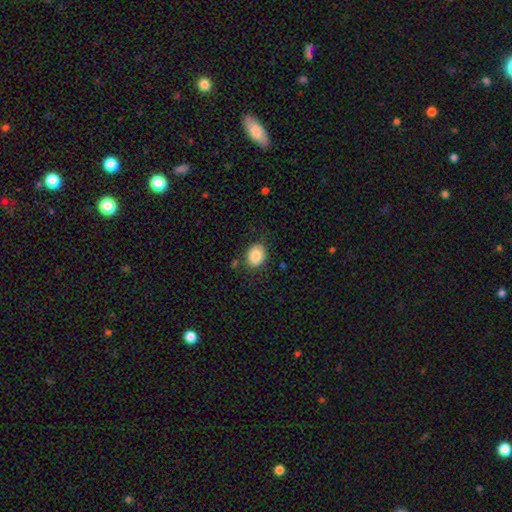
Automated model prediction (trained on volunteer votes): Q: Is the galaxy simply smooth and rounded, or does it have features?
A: smooth — 86%.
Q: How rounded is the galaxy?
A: round — 51%.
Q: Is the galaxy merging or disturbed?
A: none — 83%.